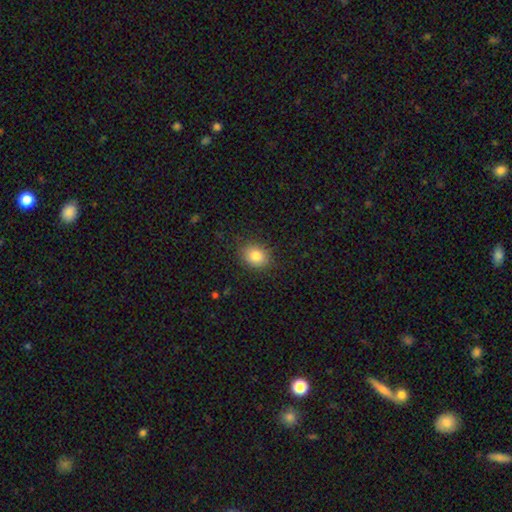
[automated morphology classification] A smooth galaxy with no disk features (83%) that is round (50%).

Vote fractions:
- Smooth or featured? smooth: 83% / star or artifact: 10% / featured or disk: 7%
- How rounded? round: 50% / in between: 49% / cigar-shaped: 1%
- Merging? none: 85% / minor disturbance: 11% / major disturbance: 3% / merger: 1%